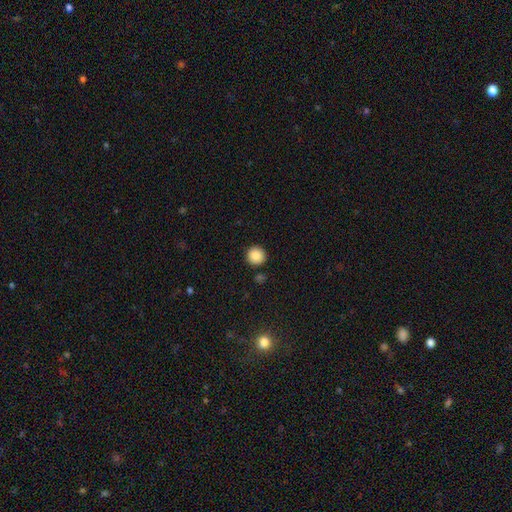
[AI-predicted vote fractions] smooth_or_featured: smooth (p=0.87) [alt: star or artifact p=0.09]
how_rounded: round (p=0.95) [alt: in between p=0.04]
merging: none (p=0.91) [alt: minor disturbance p=0.05]